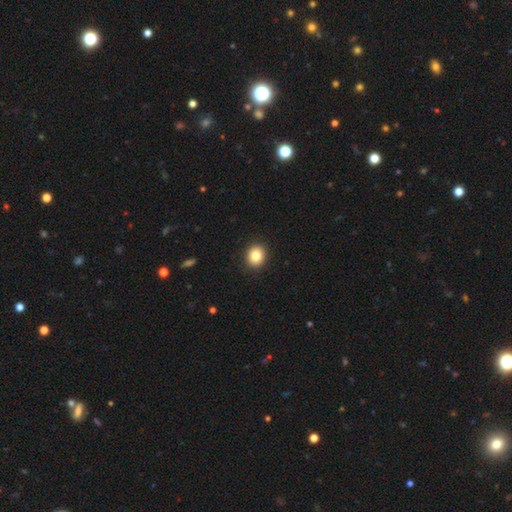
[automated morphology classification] Smooth or featured? smooth (83%)
How rounded? round (74%)
Merging? none (92%)